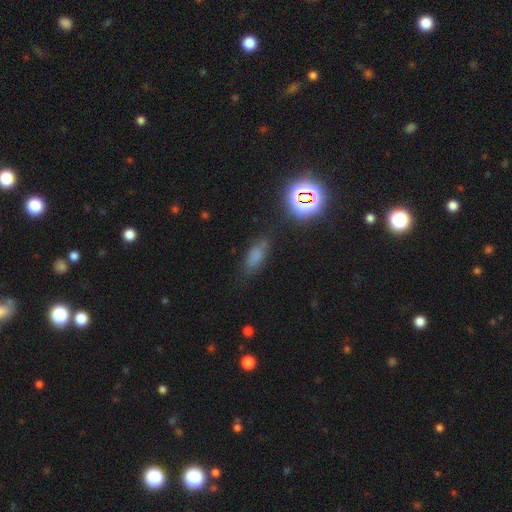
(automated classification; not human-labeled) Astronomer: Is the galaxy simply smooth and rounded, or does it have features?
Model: smooth — 63%.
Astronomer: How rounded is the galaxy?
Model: in between — 69%.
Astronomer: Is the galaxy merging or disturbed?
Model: none — 65%.